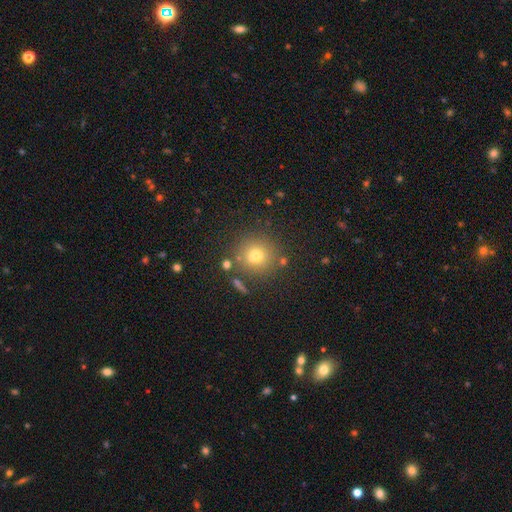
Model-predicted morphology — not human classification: smooth-or-featured: smooth: 70% | star or artifact: 18% | featured or disk: 12%
  how-rounded: round: 91% | in between: 8% | cigar-shaped: 1%
  merging: none: 79% | minor disturbance: 10% | merger: 8% | major disturbance: 4%